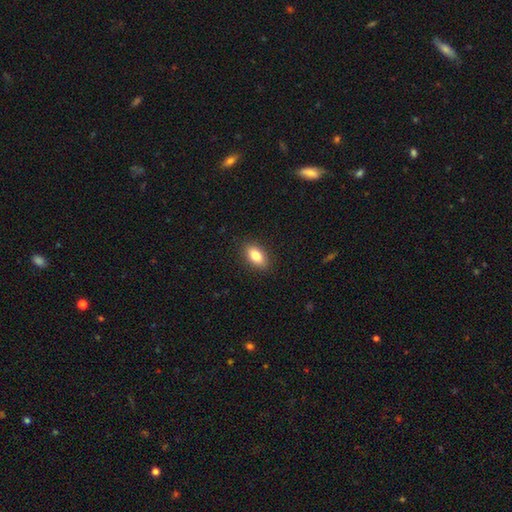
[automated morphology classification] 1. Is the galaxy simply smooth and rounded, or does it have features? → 83% smooth, 10% featured or disk, 8% star or artifact.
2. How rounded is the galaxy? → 88% in between, 6% cigar-shaped, 6% round.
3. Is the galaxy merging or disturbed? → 88% none, 9% minor disturbance, 2% major disturbance, 1% merger.